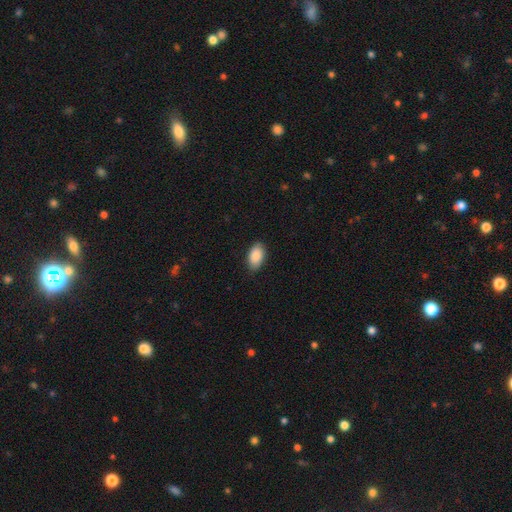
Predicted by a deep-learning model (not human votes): smooth-or-featured: smooth: 89% | star or artifact: 6% | featured or disk: 4%
  how-rounded: in between: 94% | round: 4% | cigar-shaped: 2%
  merging: none: 85% | minor disturbance: 11% | major disturbance: 2% | merger: 1%